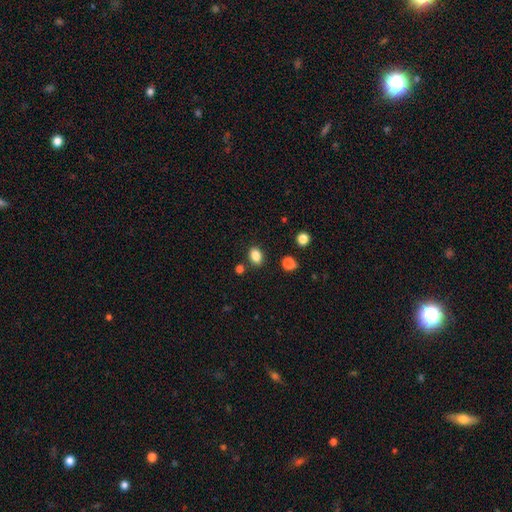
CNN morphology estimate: A smooth galaxy with no disk features (85%) that is in between round and cigar-shaped (75%). Merging: none (83%).